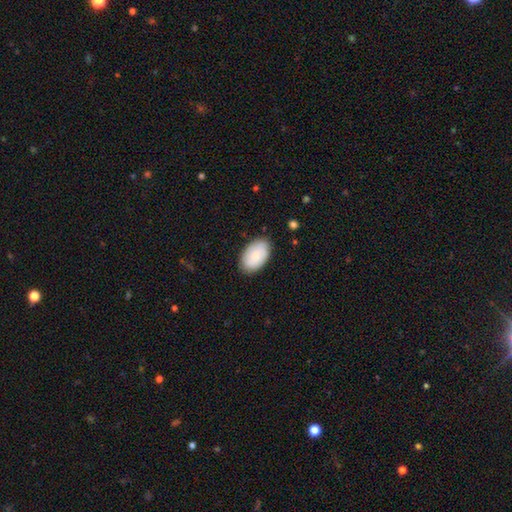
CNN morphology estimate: Smooth or featured? smooth (73%)
How rounded? in between (94%)
Merging? none (84%)